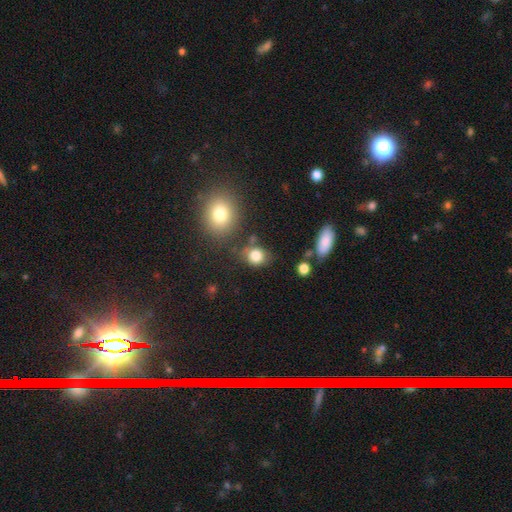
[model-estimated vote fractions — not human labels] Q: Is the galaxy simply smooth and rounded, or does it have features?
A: smooth — 82%.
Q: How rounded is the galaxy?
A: round — 60%.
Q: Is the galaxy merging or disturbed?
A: none — 66%.